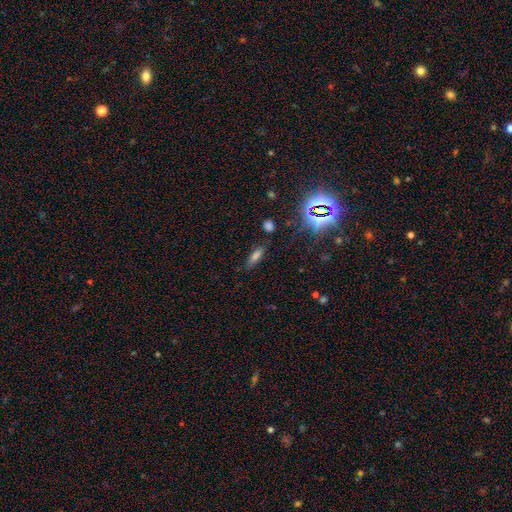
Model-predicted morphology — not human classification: Overall: smooth (68%). How rounded: in between (56%; cigar-shaped 41%). Merging: none (75%).